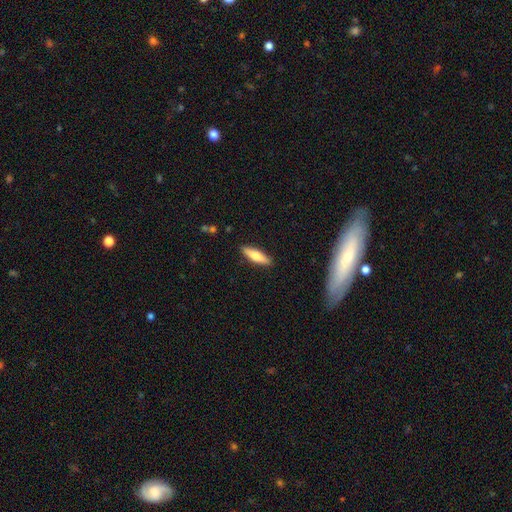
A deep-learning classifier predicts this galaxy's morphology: smooth-or-featured: smooth: 65% | featured or disk: 30% | star or artifact: 6%
  how-rounded: cigar-shaped: 65% | in between: 33% | round: 2%
  merging: none: 89% | minor disturbance: 8% | major disturbance: 2% | merger: 1%